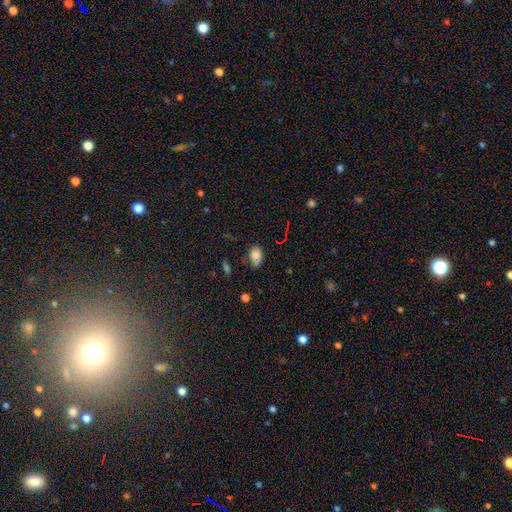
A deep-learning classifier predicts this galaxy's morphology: The model was most divided on "merging": none: 62%, minor disturbance: 28%, major disturbance: 7%, merger: 4%. More confident: how rounded — in between (87%); smooth or featured — smooth (82%).